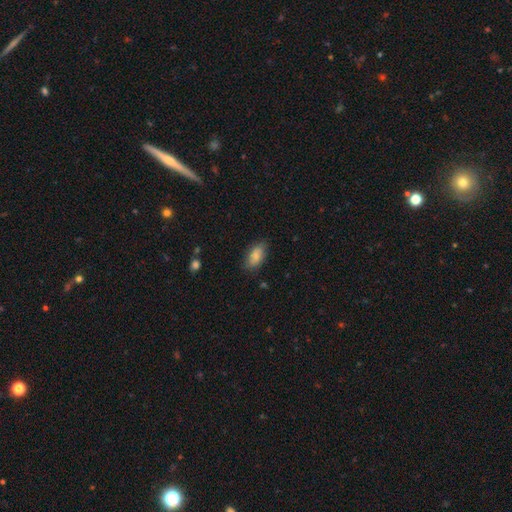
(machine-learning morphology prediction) Smooth or featured: smooth — 78% (featured or disk — 15%)
How rounded: in between — 92% (round — 4%)
Merging: none — 78% (minor disturbance — 17%)